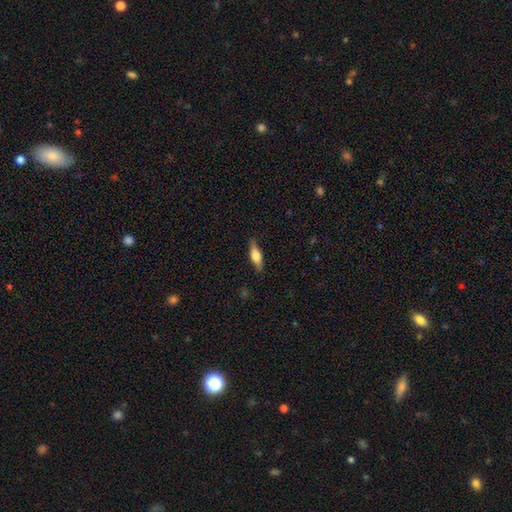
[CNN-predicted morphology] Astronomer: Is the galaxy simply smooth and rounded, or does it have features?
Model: featured or disk — 50% (runner-up: smooth, 44%).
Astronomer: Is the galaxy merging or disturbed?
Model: none — 86%.